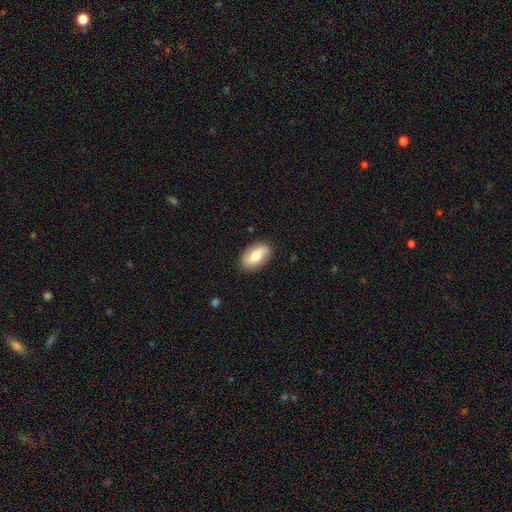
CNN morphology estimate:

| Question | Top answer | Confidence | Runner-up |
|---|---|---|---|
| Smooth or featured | smooth | 58% | featured or disk (36%) |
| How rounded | in between | 89% | round (7%) |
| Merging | none | 86% | minor disturbance (11%) |